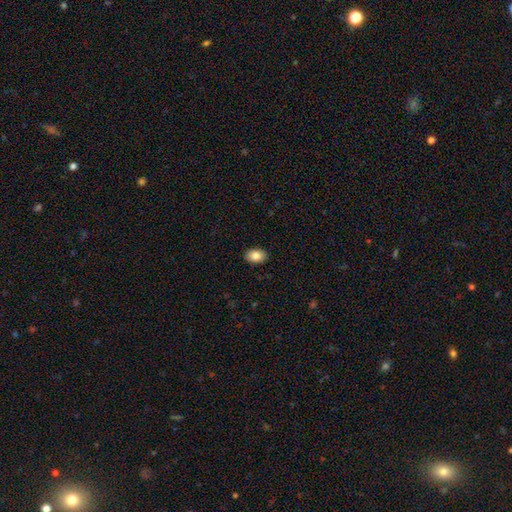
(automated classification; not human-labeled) Smooth or featured: smooth — 85% (star or artifact — 8%)
How rounded: in between — 87% (round — 12%)
Merging: none — 90% (minor disturbance — 7%)